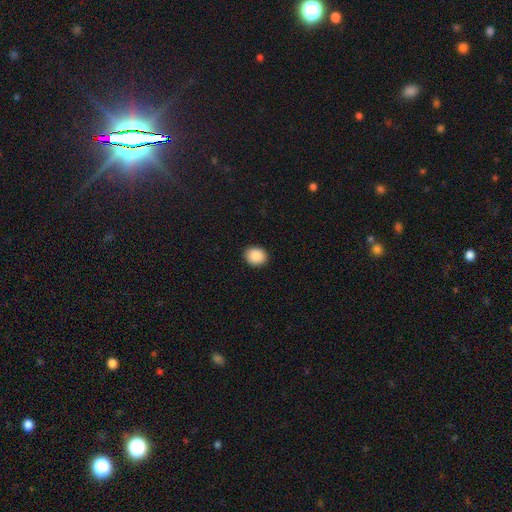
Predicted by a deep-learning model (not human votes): Smooth or featured: smooth — 89% (star or artifact — 8%)
How rounded: round — 66% (in between — 33%)
Merging: none — 92% (minor disturbance — 6%)